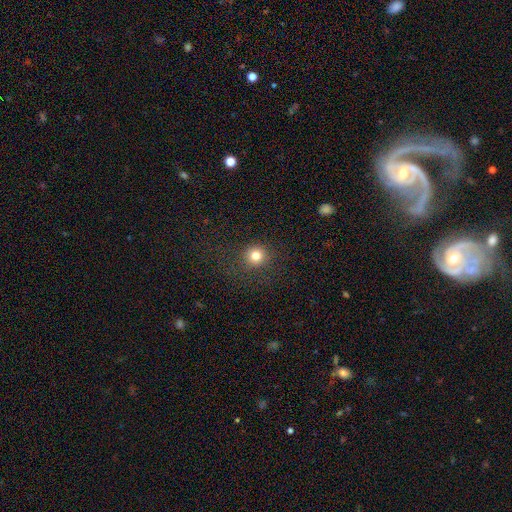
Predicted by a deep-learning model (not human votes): This is likely a smooth galaxy (80%). How rounded: clearly round (93%). Merging: clearly none (86%).